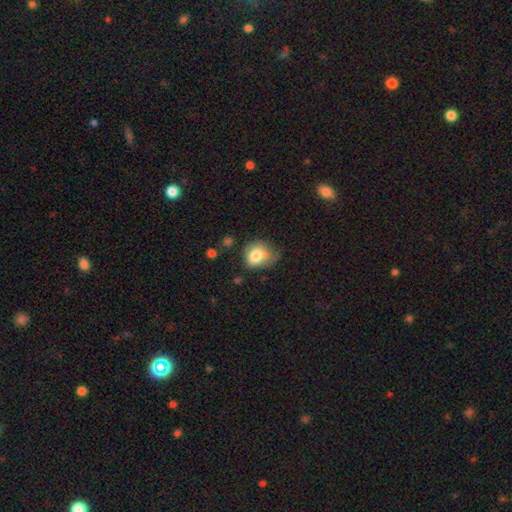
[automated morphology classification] Smooth or featured?
  - smooth: 73% *
  - featured or disk: 18%
  - star or artifact: 9%
How rounded?
  - round: 58% *
  - in between: 41%
  - cigar-shaped: 1%
Merging?
  - none: 40% *
  - minor disturbance: 35%
  - major disturbance: 19%
  - merger: 6%